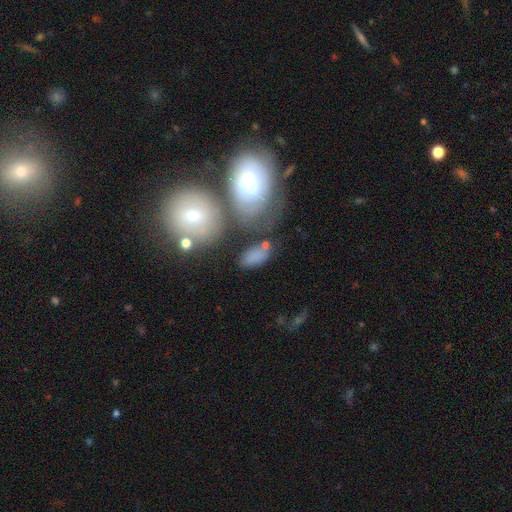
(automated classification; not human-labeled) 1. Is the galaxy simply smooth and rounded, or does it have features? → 77% smooth, 13% featured or disk, 10% star or artifact.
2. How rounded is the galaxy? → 89% in between, 6% round, 4% cigar-shaped.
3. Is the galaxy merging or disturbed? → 56% none, 19% minor disturbance, 15% merger, 10% major disturbance.